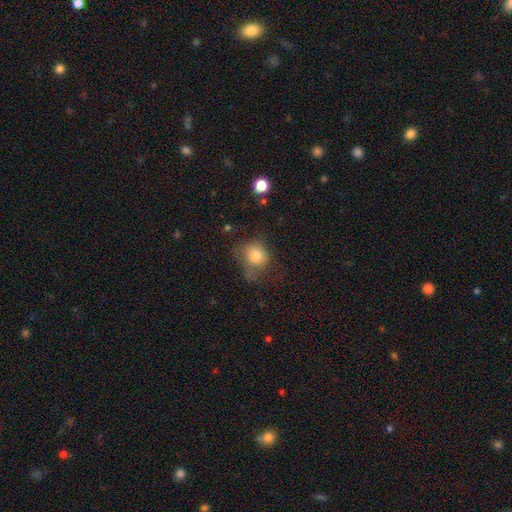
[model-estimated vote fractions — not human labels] This appears to be a smooth galaxy with no disk features (79%) that is round (72%). Merging: none (42%).